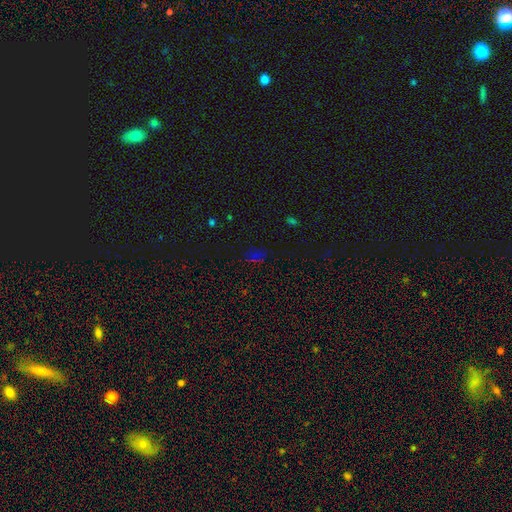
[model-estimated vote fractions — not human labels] A star or artifact, not a galaxy (56%).